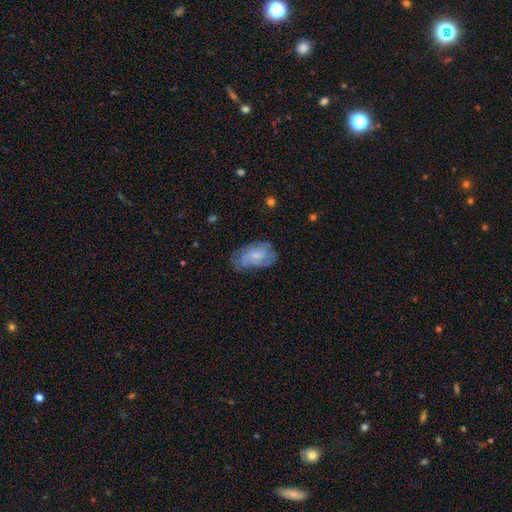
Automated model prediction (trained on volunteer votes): Morphology: type=featured or disk (54%); edge-on=no (96%); bar=no (59%); spiral arms=yes (73%); bulge=small (50%); merging=none (48%).